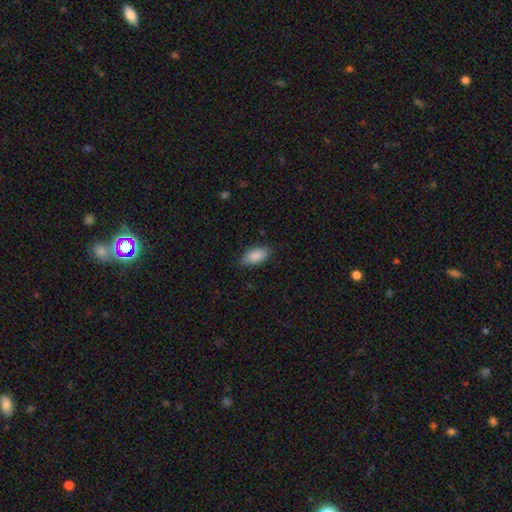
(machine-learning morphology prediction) This is clearly a smooth galaxy (88%). How rounded: clearly in between (92%). Merging: clearly none (82%).